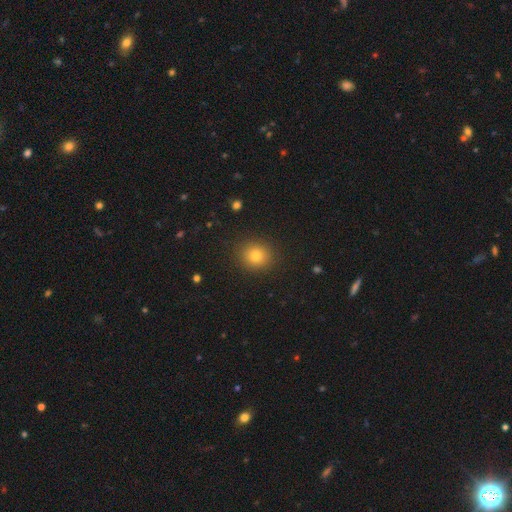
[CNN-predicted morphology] Q: Smooth or featured?
A: smooth (79%); runner-up: star or artifact (14%)
Q: How rounded?
A: round (82%); runner-up: in between (17%)
Q: Merging?
A: none (91%); runner-up: minor disturbance (6%)